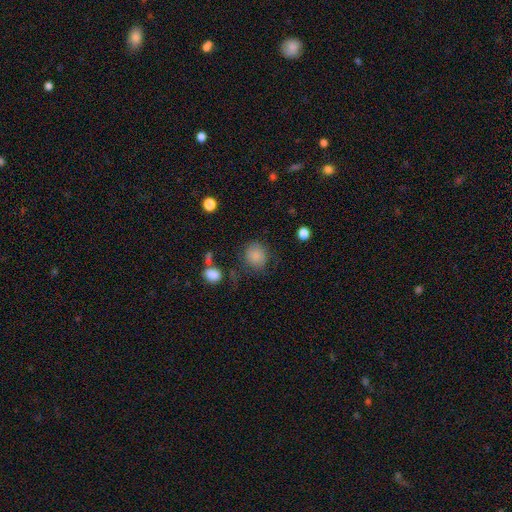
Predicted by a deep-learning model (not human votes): Smooth or featured?
  - smooth: 82% *
  - star or artifact: 10%
  - featured or disk: 8%
How rounded?
  - round: 74% *
  - in between: 25%
  - cigar-shaped: 1%
Merging?
  - none: 68% *
  - minor disturbance: 19%
  - major disturbance: 10%
  - merger: 4%